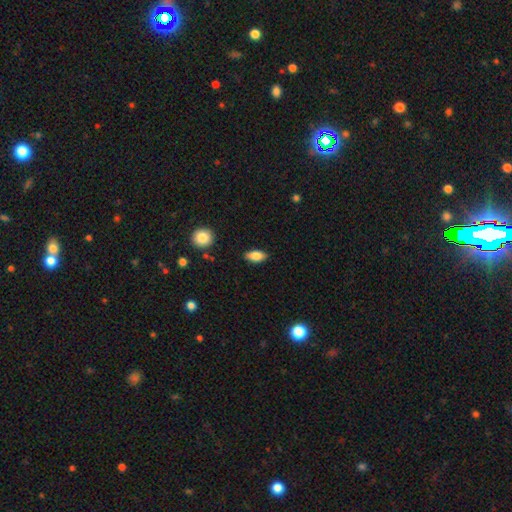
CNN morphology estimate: Overall: smooth (82%). How rounded: in between (89%). Merging: none (87%).